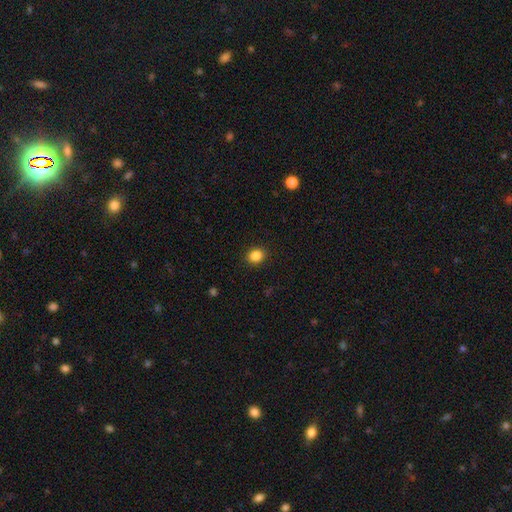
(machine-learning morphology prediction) smooth_or_featured: smooth (p=0.86) [alt: star or artifact p=0.11]
how_rounded: round (p=0.71) [alt: in between p=0.28]
merging: none (p=0.91) [alt: minor disturbance p=0.06]